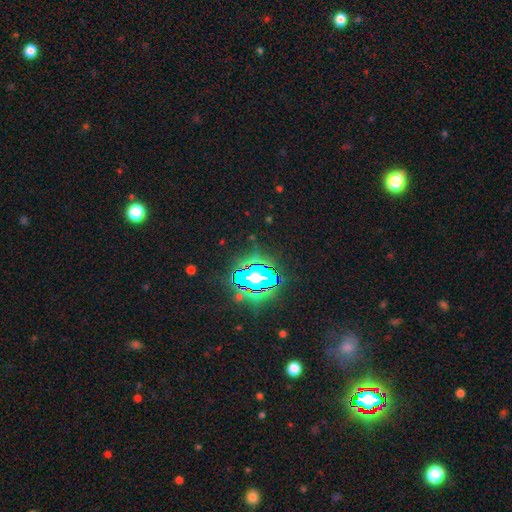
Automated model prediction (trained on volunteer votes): smooth_or_featured: star or artifact (p=0.72) [alt: smooth p=0.16]